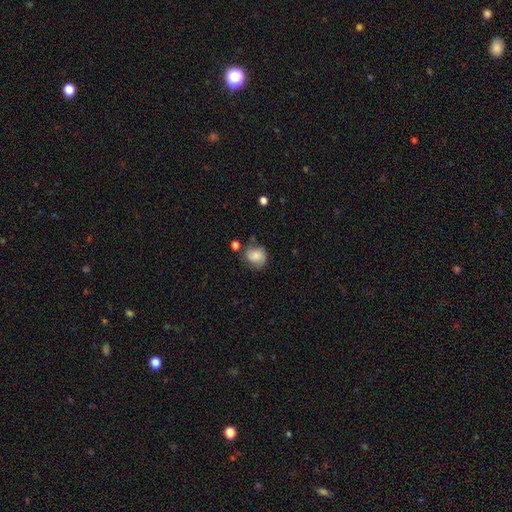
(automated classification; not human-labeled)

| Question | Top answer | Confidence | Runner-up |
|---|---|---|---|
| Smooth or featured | smooth | 73% | featured or disk (17%) |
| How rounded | round | 69% | in between (30%) |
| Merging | none | 60% | minor disturbance (25%) |